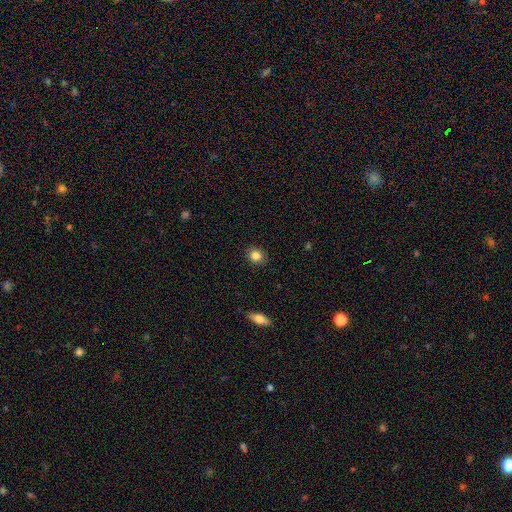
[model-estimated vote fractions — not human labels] smooth-or-featured: smooth: 84% | star or artifact: 10% | featured or disk: 6%
  how-rounded: round: 73% | in between: 26% | cigar-shaped: 1%
  merging: none: 89% | minor disturbance: 8% | major disturbance: 2% | merger: 1%